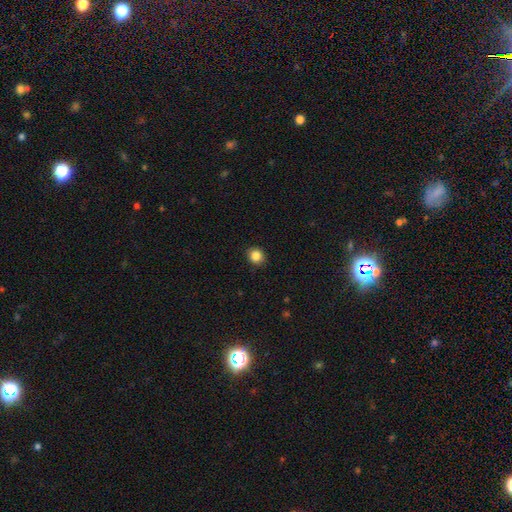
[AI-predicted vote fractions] The model was most divided on "how rounded": round: 85%, in between: 14%, cigar-shaped: 1%. More confident: merging — none (91%); smooth or featured — smooth (85%).